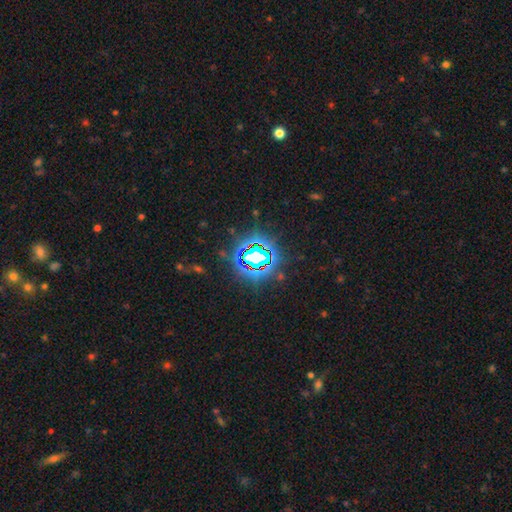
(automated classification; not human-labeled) star or artifact 83%, smooth 11%, featured or disk 6%.